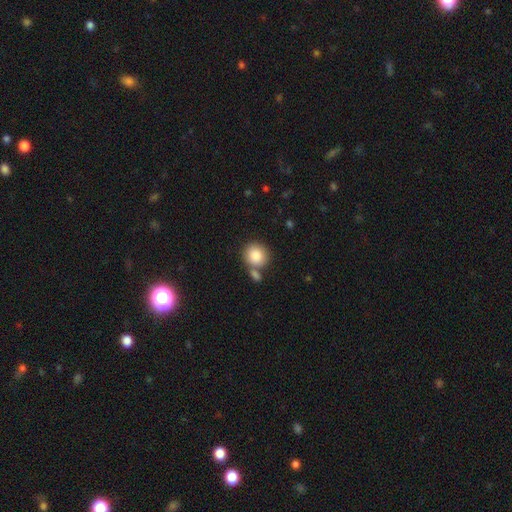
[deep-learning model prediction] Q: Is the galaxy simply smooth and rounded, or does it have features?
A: smooth — 86%.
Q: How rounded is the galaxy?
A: round — 86%.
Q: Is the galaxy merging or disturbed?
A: none — 61%.